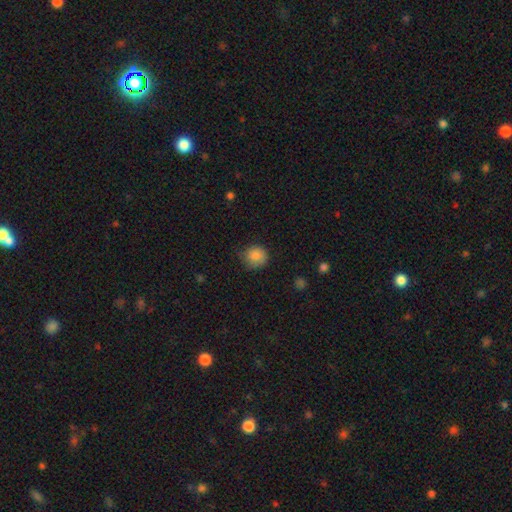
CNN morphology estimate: A smooth galaxy with no disk features (85%) that is round (85%).

Vote fractions:
- Smooth or featured? smooth: 85% / star or artifact: 9% / featured or disk: 6%
- How rounded? round: 85% / in between: 14% / cigar-shaped: 1%
- Merging? none: 68% / minor disturbance: 25% / major disturbance: 6% / merger: 1%